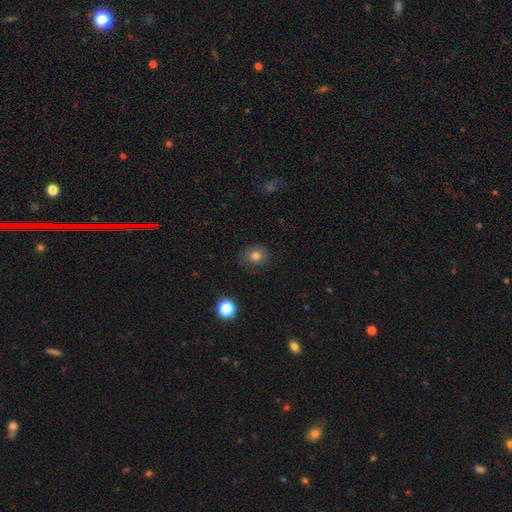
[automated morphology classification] This appears to be a smooth galaxy with no disk features (78%) that is round (78%). Merging: none (84%).